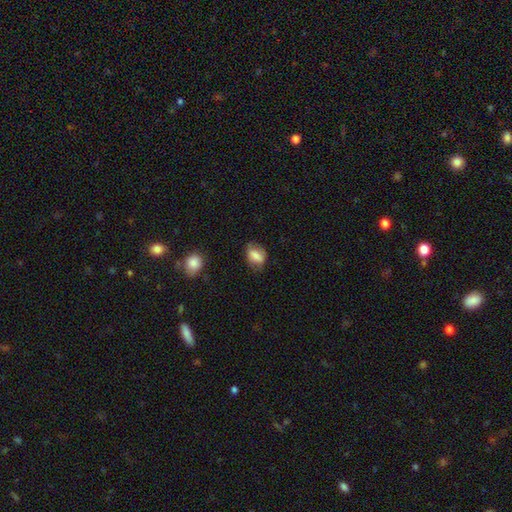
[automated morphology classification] Q: Smooth or featured?
A: smooth (76%); runner-up: featured or disk (16%)
Q: How rounded?
A: in between (79%); runner-up: round (18%)
Q: Merging?
A: none (64%); runner-up: minor disturbance (26%)